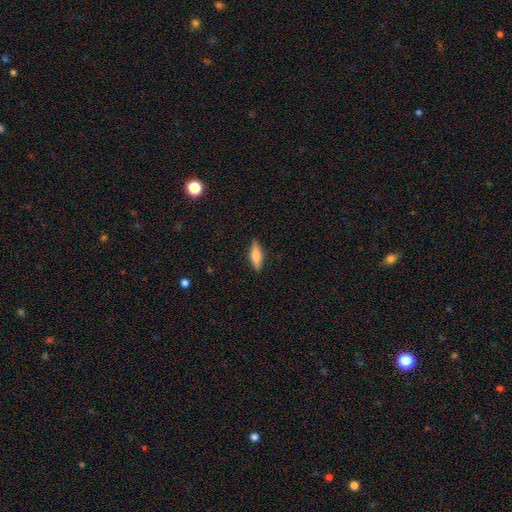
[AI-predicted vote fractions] A smooth galaxy with no disk features (67%) that is in between round and cigar-shaped (50%). Merging: none (88%).